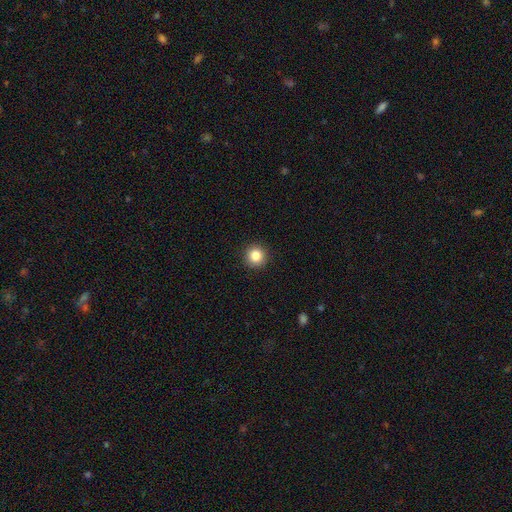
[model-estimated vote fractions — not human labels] A smooth galaxy with no disk features (85%) that is round (95%).

Vote fractions:
- Smooth or featured? smooth: 85% / star or artifact: 11% / featured or disk: 5%
- How rounded? round: 95% / in between: 4% / cigar-shaped: 1%
- Merging? none: 93% / minor disturbance: 5% / major disturbance: 2% / merger: 1%